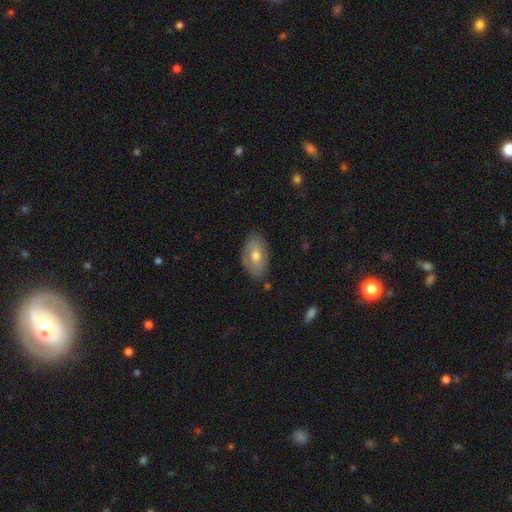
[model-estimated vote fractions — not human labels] smooth_or_featured: smooth (p=0.57) [alt: featured or disk p=0.36]
how_rounded: in between (p=0.91) [alt: round p=0.07]
merging: none (p=0.78) [alt: minor disturbance p=0.17]